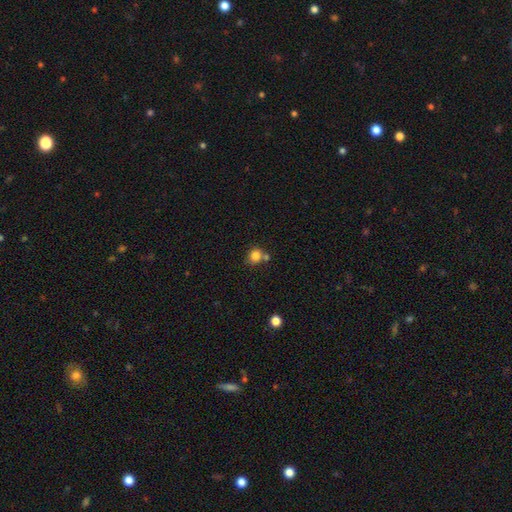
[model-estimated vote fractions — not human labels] Q: Smooth or featured?
A: smooth (84%); runner-up: star or artifact (11%)
Q: How rounded?
A: round (74%); runner-up: in between (25%)
Q: Merging?
A: none (58%); runner-up: merger (25%)